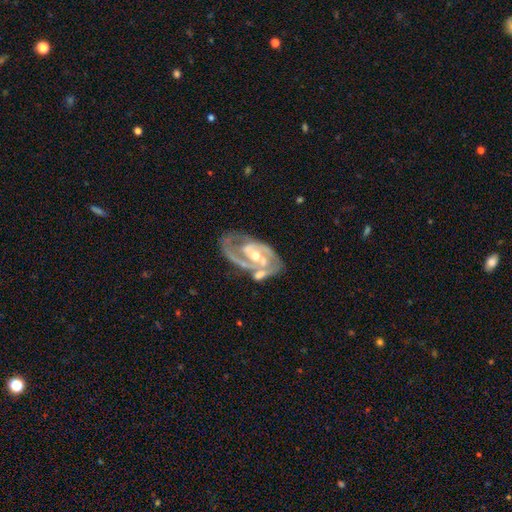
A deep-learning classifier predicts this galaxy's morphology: This appears to be a featured or disk galaxy (90%) with a strong bar (41%), 2 (78%) medium (48%) spiral arms (94%) and a moderate central bulge (57%). Merging: none (49%).